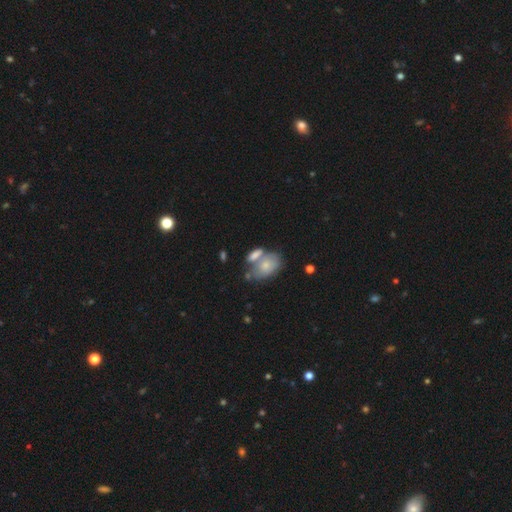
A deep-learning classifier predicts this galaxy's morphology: This is likely a smooth galaxy (63%). How rounded: clearly in between (81%). Merging: marginally merger (45%).